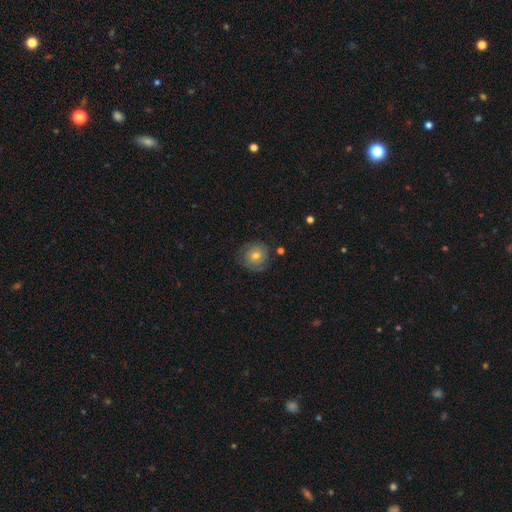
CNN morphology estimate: Q: Smooth or featured?
A: smooth (46%); runner-up: featured or disk (44%)
Q: Merging?
A: none (78%); runner-up: minor disturbance (15%)